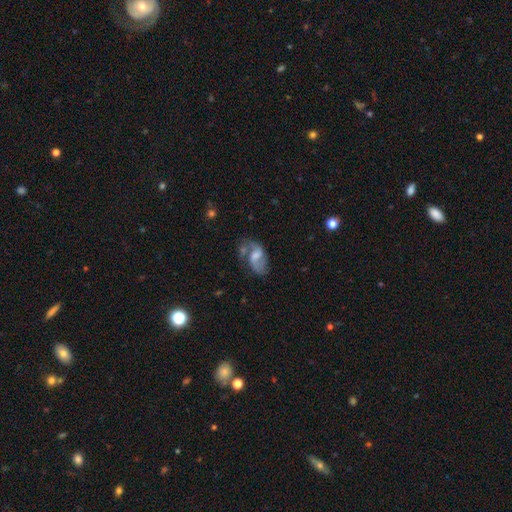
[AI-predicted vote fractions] Morphology: type=featured or disk (69%); edge-on=no (97%); bar=weak (53%); spiral arms=yes (86%); winding=loose (50%); arm count=2 (81%); bulge=moderate (40%); merging=none (44%).